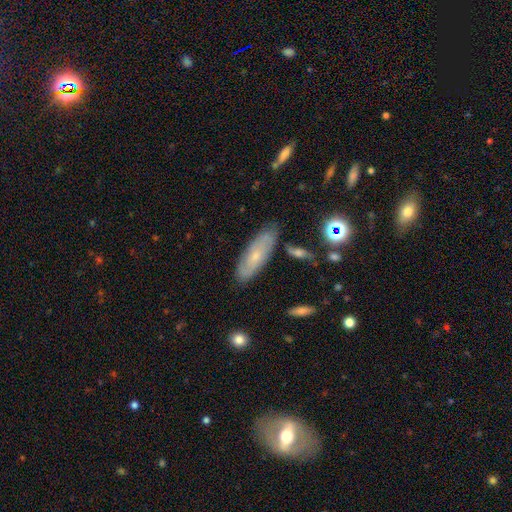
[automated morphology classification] type=smooth (48%); merging=none (78%).